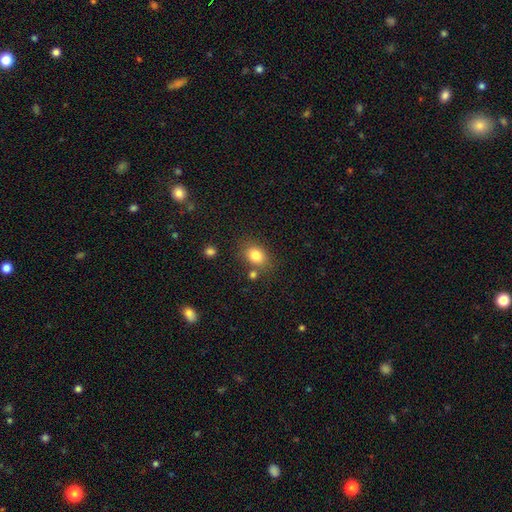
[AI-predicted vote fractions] Smooth or featured? Predicted: smooth (p=0.83). How rounded? Predicted: in between (p=0.64). Merging? Predicted: none (p=0.74).